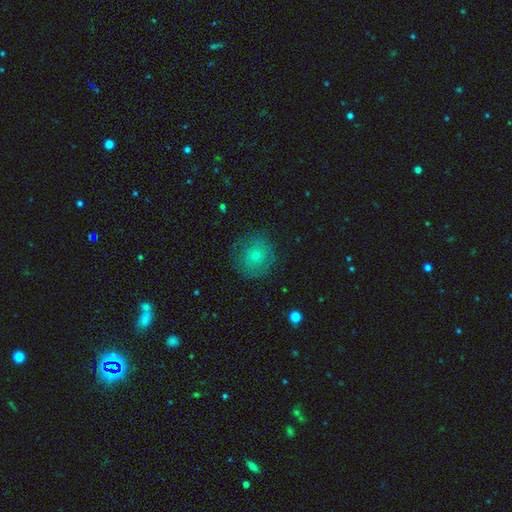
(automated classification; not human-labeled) Smooth or featured: smooth — 57% (featured or disk — 29%)
How rounded: round — 91% (in between — 8%)
Merging: none — 80% (minor disturbance — 14%)